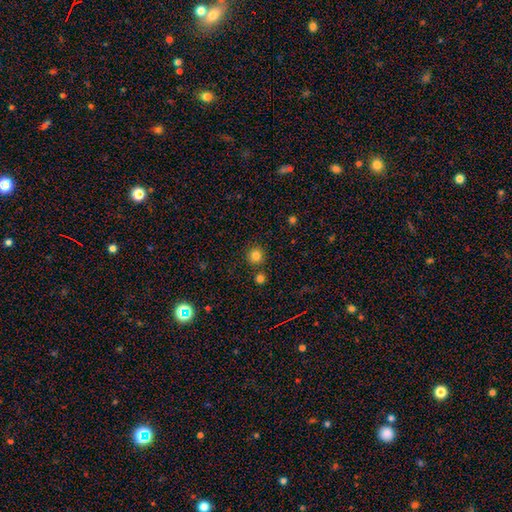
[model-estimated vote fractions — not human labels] Smooth or featured?
  - smooth: 82% *
  - star or artifact: 13%
  - featured or disk: 5%
How rounded?
  - round: 92% *
  - in between: 7%
  - cigar-shaped: 1%
Merging?
  - none: 82% *
  - merger: 8%
  - minor disturbance: 7%
  - major disturbance: 2%